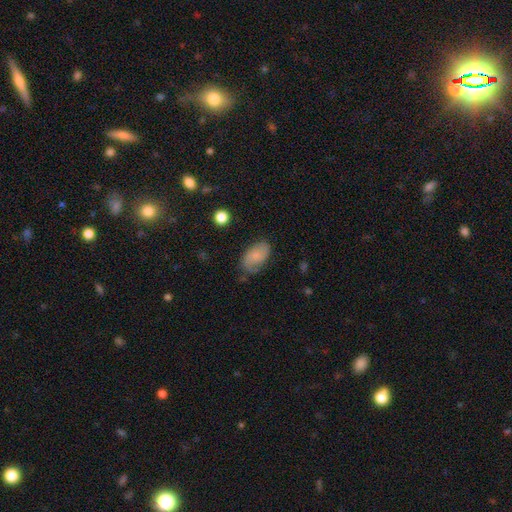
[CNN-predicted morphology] This is possibly a featured or disk galaxy (47%). Merging: likely none (65%).